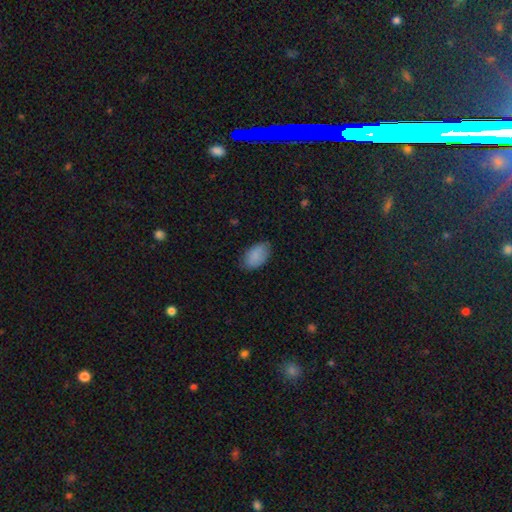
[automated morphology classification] A smooth galaxy with no disk features (86%) that is in between round and cigar-shaped (93%). Merging: none (77%).